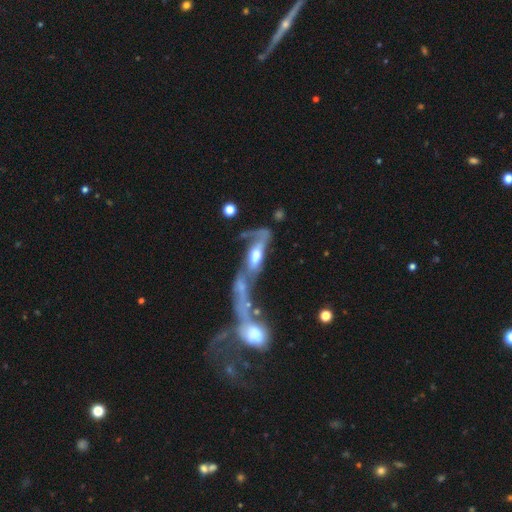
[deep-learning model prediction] Overall: featured or disk (58%; smooth 33%). Edge-on disk: no (74%). Merging: merger (57%; major disturbance 23%).